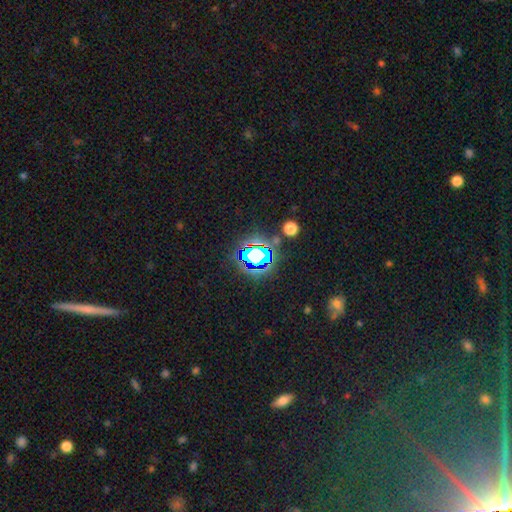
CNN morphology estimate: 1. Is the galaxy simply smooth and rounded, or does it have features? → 68% star or artifact, 19% smooth, 12% featured or disk.